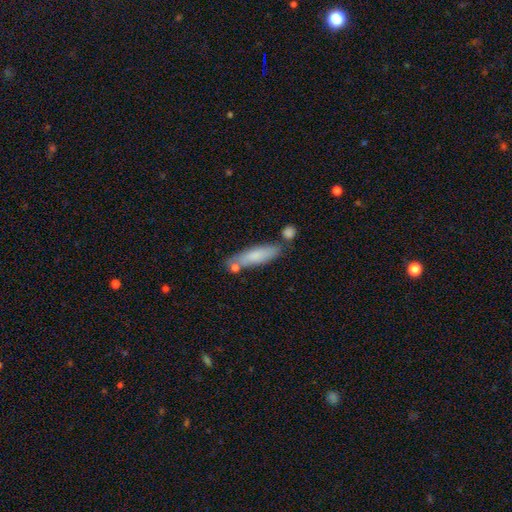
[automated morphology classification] Smooth or featured? smooth (75%)
How rounded? cigar-shaped (67%)
Merging? none (67%)